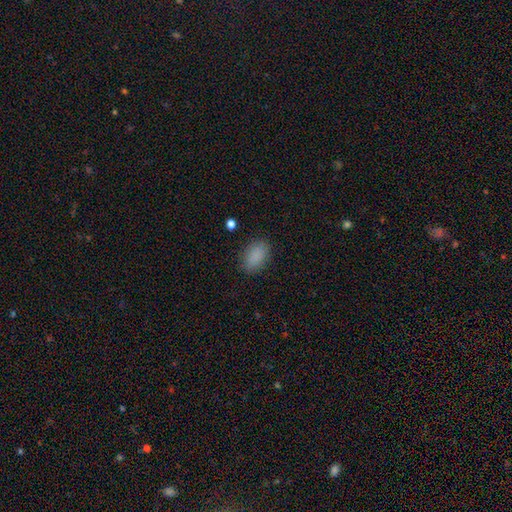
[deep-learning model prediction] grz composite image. It shows a smooth galaxy with no disk features (88%) that is in between round and cigar-shaped (91%). Merging: none (86%).